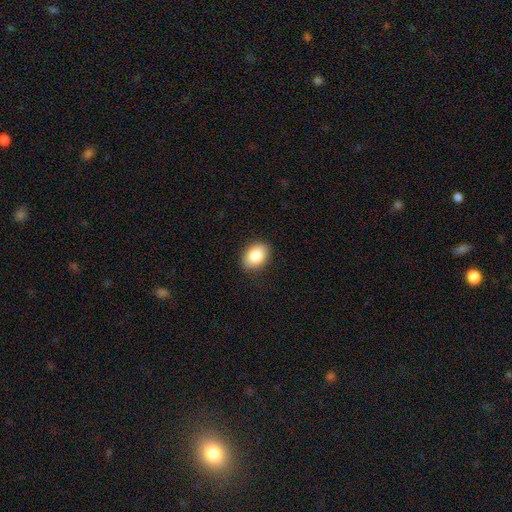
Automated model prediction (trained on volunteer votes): Smooth or featured? Predicted: smooth (p=0.84). How rounded? Predicted: in between (p=0.75). Merging? Predicted: none (p=0.88).